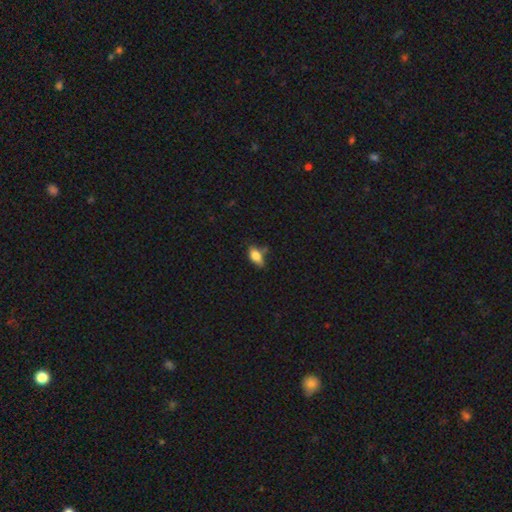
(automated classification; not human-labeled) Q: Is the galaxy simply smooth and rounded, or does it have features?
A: smooth — 79%.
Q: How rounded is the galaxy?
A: in between — 86%.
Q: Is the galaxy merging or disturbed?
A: none — 59%.